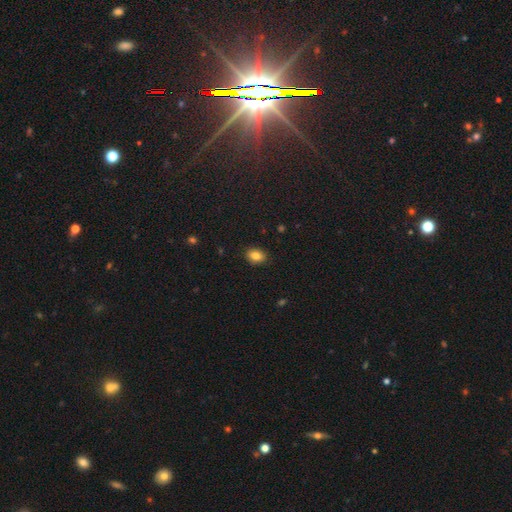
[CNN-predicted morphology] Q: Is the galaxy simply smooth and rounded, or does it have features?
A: smooth — 84%.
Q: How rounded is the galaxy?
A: in between — 73%.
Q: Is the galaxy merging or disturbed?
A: none — 88%.